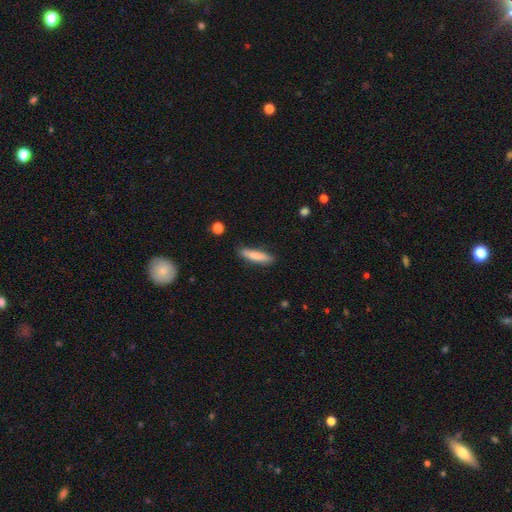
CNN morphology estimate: This appears to be a smooth galaxy with no disk features (82%) that is cigar-shaped (76%). Merging: none (82%).